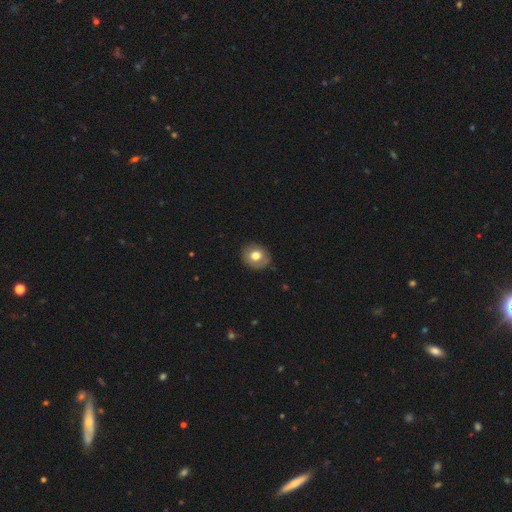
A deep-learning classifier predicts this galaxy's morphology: Q: Smooth or featured?
A: smooth (74%); runner-up: featured or disk (17%)
Q: How rounded?
A: round (79%); runner-up: in between (20%)
Q: Merging?
A: none (84%); runner-up: minor disturbance (12%)